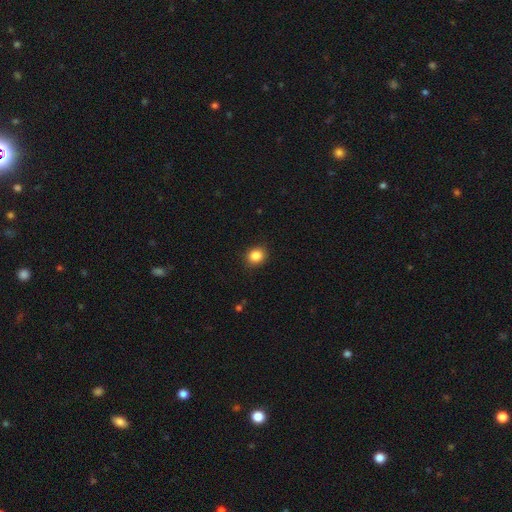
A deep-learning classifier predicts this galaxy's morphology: Smooth or featured?
  - smooth: 86% *
  - star or artifact: 10%
  - featured or disk: 4%
How rounded?
  - round: 75% *
  - in between: 24%
  - cigar-shaped: 1%
Merging?
  - none: 89% *
  - minor disturbance: 8%
  - major disturbance: 2%
  - merger: 1%